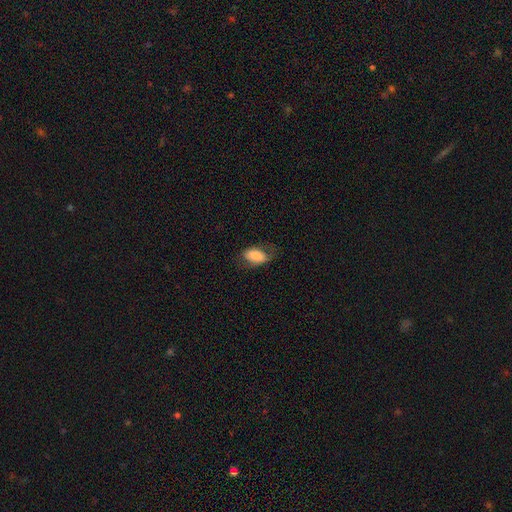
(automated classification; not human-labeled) Overall: smooth (73%). How rounded: in between (91%). Merging: none (58%; minor disturbance 26%).